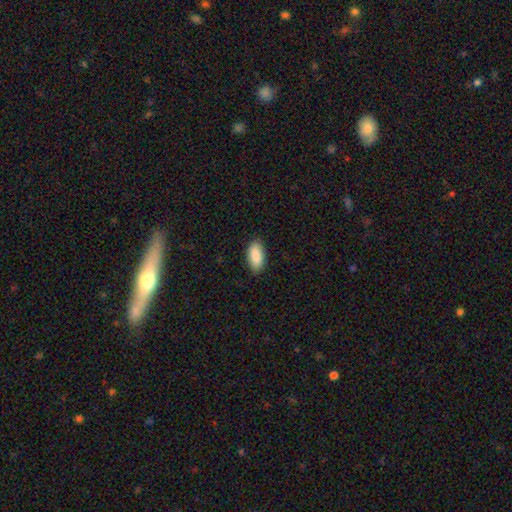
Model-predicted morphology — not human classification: A smooth galaxy with no disk features (89%) that is in between round and cigar-shaped (93%). Merging: none (87%).